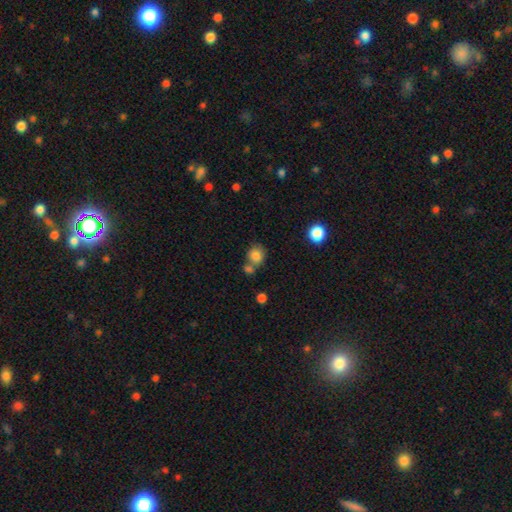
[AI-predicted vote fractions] Smooth or featured? Predicted: smooth (p=0.82). How rounded? Predicted: round (p=0.71). Merging? Predicted: none (p=0.52).